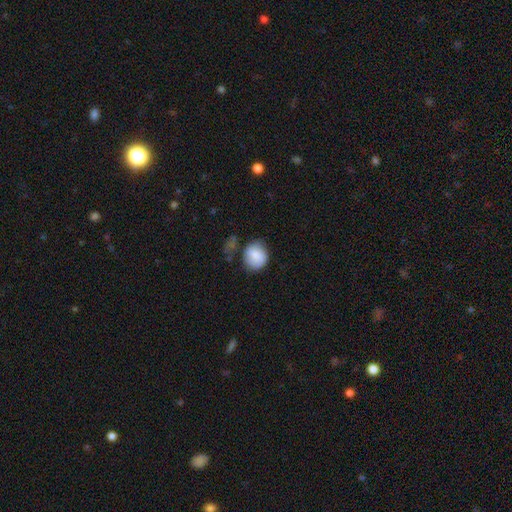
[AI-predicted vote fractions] Morphology: type=smooth (82%); roundness=round (76%); merging=none (62%).